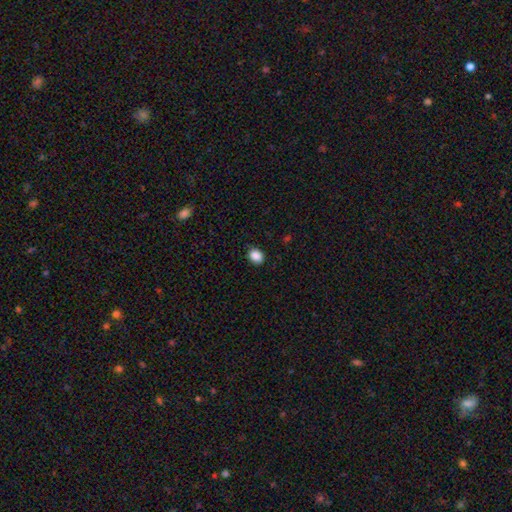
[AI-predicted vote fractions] A smooth galaxy with no disk features (89%) that is in between round and cigar-shaped (61%). Merging: none (87%).